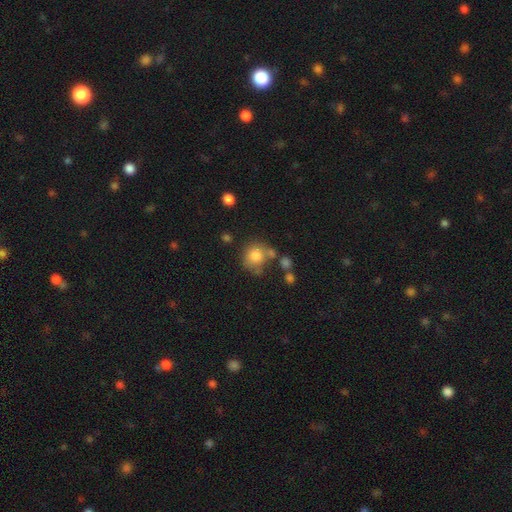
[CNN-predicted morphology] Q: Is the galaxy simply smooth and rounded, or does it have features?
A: smooth — 79%.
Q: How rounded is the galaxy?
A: round — 82%.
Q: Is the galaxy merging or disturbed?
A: none — 54%.